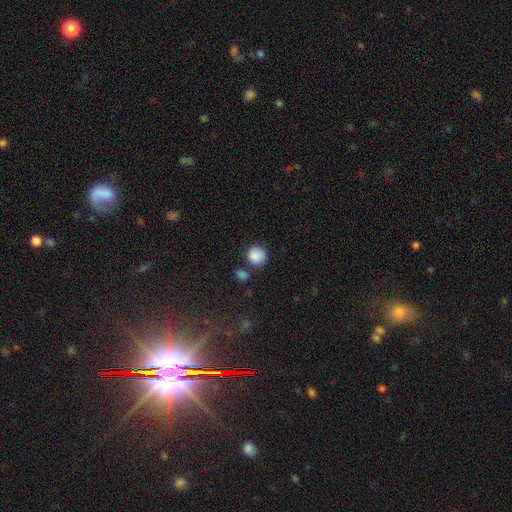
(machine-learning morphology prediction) A smooth galaxy with no disk features (87%) that is round (88%).

Vote fractions:
- Smooth or featured? smooth: 87% / star or artifact: 9% / featured or disk: 5%
- How rounded? round: 88% / in between: 11% / cigar-shaped: 1%
- Merging? none: 70% / merger: 14% / minor disturbance: 12% / major disturbance: 4%